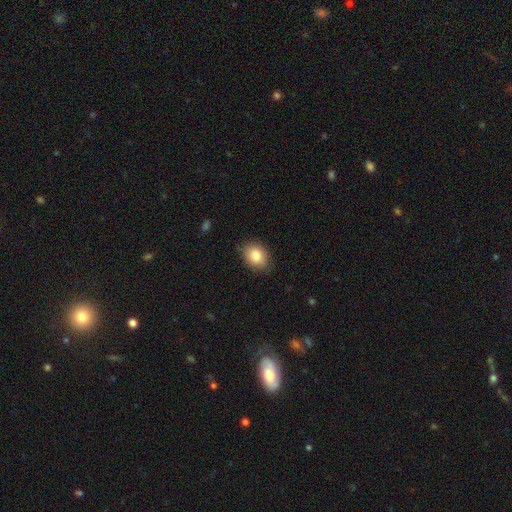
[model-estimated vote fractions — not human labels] Overall: smooth (84%). How rounded: in between (63%; round 36%). Merging: none (83%).